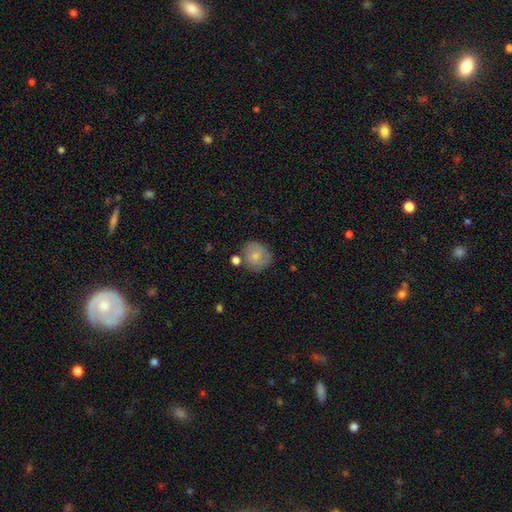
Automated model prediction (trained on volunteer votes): Smooth or featured? smooth (77%)
How rounded? round (85%)
Merging? none (66%)